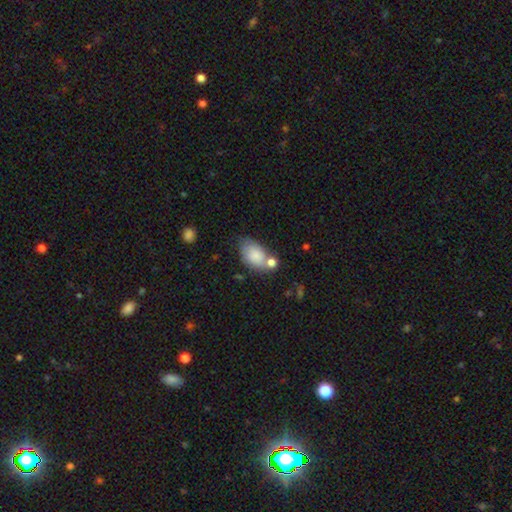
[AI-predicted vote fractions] Smooth or featured? smooth (81%)
How rounded? in between (89%)
Merging? none (47%)